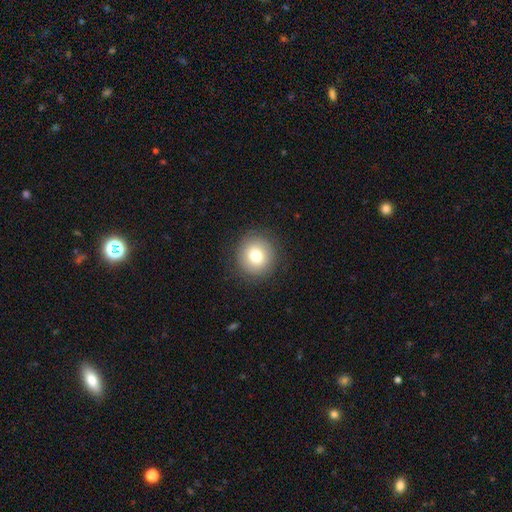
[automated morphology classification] Smooth or featured?
  - smooth: 76% *
  - featured or disk: 13%
  - star or artifact: 11%
How rounded?
  - round: 94% *
  - in between: 5%
  - cigar-shaped: 1%
Merging?
  - none: 90% *
  - minor disturbance: 7%
  - major disturbance: 3%
  - merger: 1%